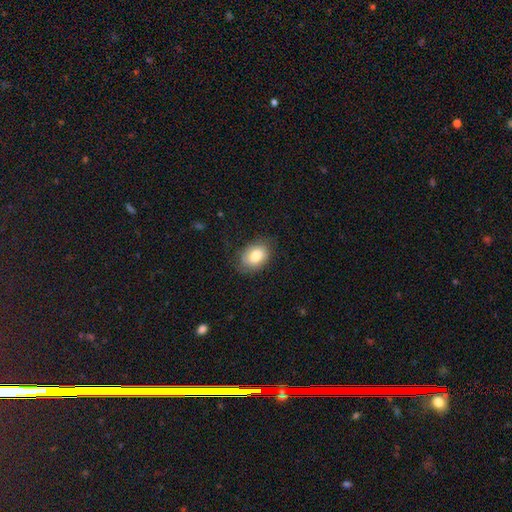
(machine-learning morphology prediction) This is likely a smooth galaxy (79%). How rounded: likely in between (78%). Merging: likely none (75%).